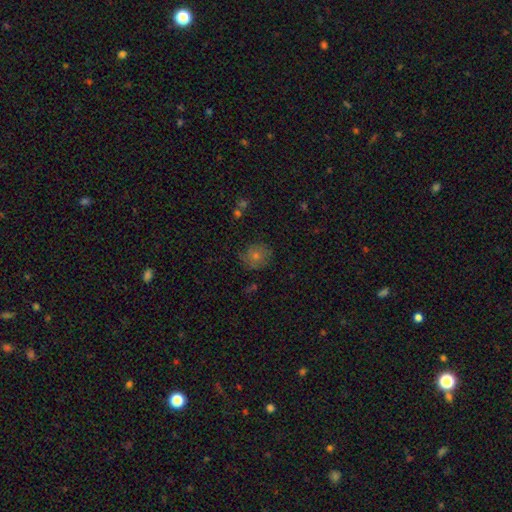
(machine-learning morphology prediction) Smooth or featured? smooth (51%)
How rounded? round (83%)
Merging? none (79%)